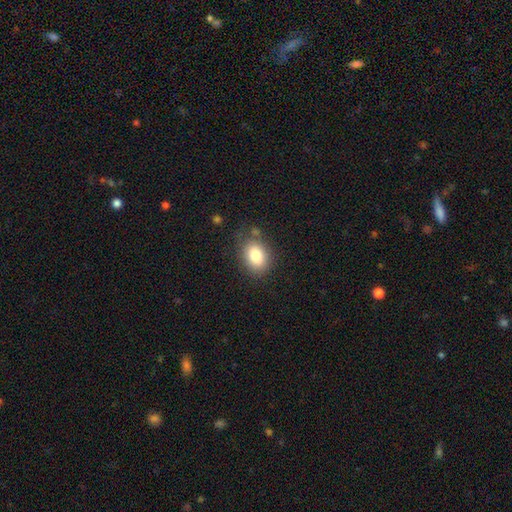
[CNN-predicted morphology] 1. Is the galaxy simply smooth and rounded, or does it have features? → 82% smooth, 9% featured or disk, 9% star or artifact.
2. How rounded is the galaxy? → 69% in between, 30% round, 1% cigar-shaped.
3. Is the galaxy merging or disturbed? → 74% none, 16% minor disturbance, 5% major disturbance, 4% merger.